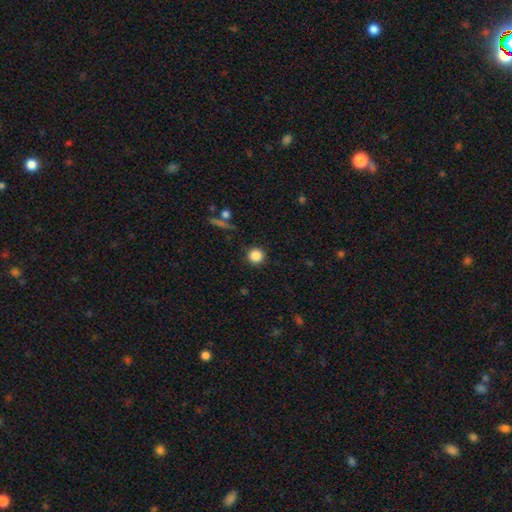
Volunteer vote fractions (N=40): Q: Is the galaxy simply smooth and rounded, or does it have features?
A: smooth — 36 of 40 (90%).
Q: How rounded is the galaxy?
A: round — 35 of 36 (97%).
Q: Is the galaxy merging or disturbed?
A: none — 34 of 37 (92%).